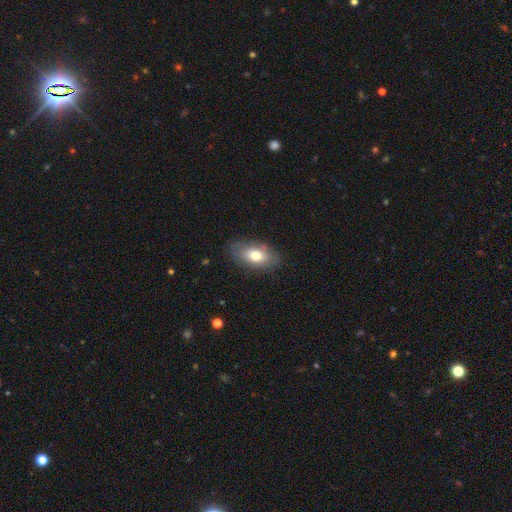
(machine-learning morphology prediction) Overall: smooth (73%). How rounded: in between (90%). Merging: none (81%).